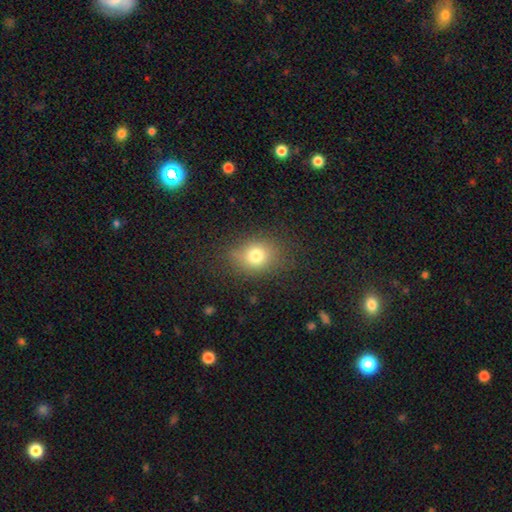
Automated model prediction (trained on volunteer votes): smooth 76%, star or artifact 14%, featured or disk 10%. Down the decision tree: how rounded — round (54%); merging — none (77%).